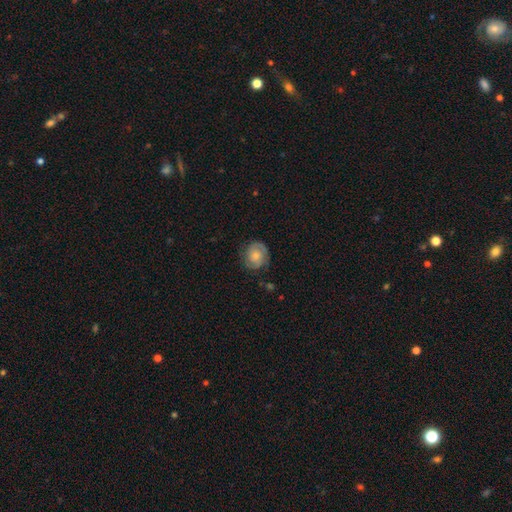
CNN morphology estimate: featured or disk 57%, smooth 35%, star or artifact 8%. Down the decision tree: edge-on disk — no (98%); bar — no (77%); spiral arms — yes (88%); bulge size — small (43%); merging — none (73%).